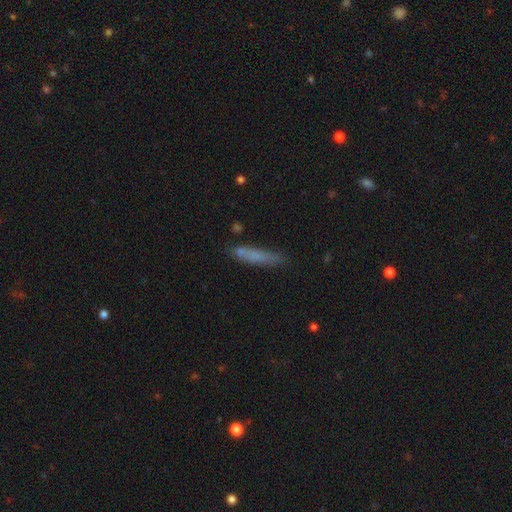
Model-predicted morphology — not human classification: type=smooth (73%); roundness=cigar-shaped (87%); merging=none (70%).